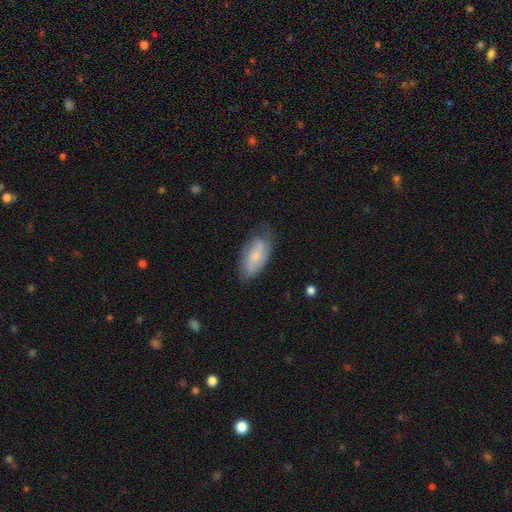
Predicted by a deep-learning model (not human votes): smooth 61%, featured or disk 32%, star or artifact 7%. Down the decision tree: how rounded — in between (87%); merging — none (63%).